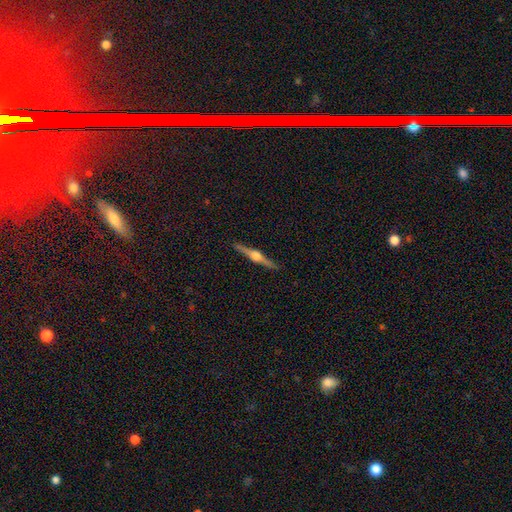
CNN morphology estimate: Smooth or featured: featured or disk — 80% (smooth — 15%)
Edge-on disk: yes — 98% (no — 2%)
Edge-on bulge: rounded — 95% (boxy — 3%)
Merging: none — 91% (minor disturbance — 6%)